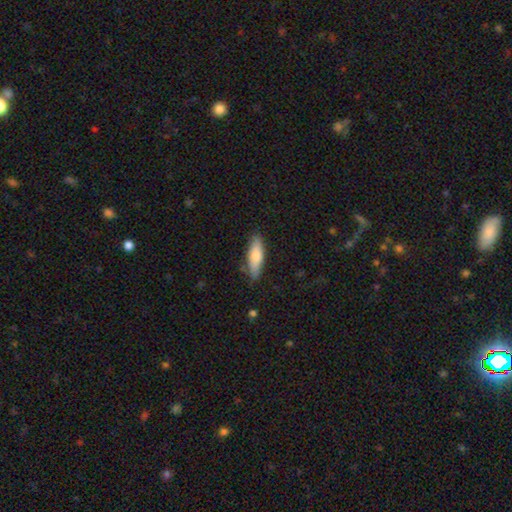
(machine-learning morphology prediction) The model was most divided on "how rounded": in between: 50%, cigar-shaped: 49%, round: 2%. More confident: merging — none (81%); smooth or featured — smooth (77%).